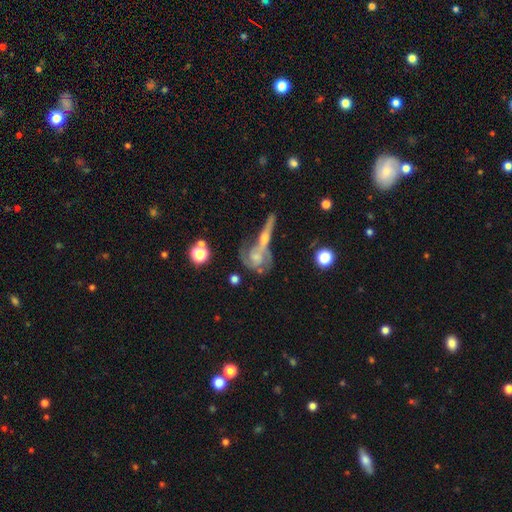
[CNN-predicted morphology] This appears to be a featured or disk galaxy (74%) with no bar (66%), 2 (46%) medium (45%) spiral arms (85%) and a small central bulge (39%). Merging: merger (44%).